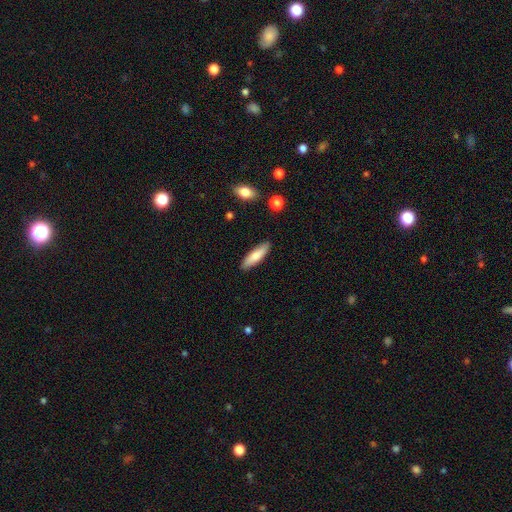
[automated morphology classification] The model was most divided on "how rounded": cigar-shaped: 66%, in between: 32%, round: 2%. More confident: merging — none (88%); smooth or featured — smooth (77%).